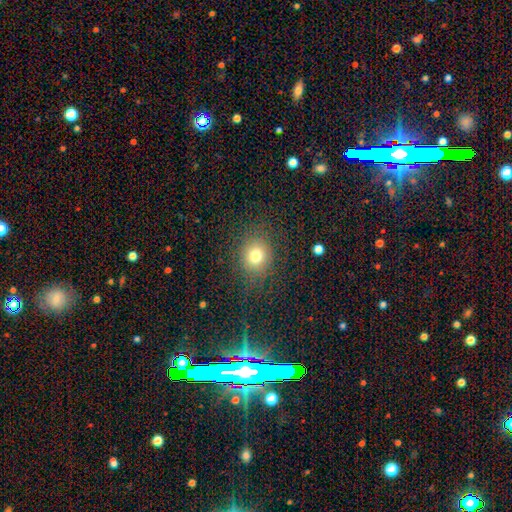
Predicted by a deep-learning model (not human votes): This appears to be a smooth galaxy with no disk features (73%) that is round (78%). Merging: none (84%).